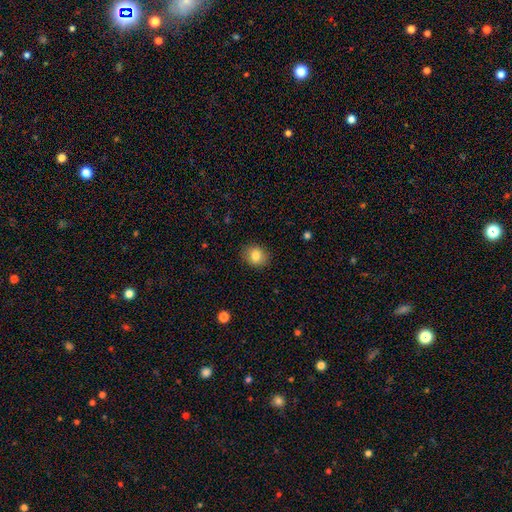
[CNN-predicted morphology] Q: Smooth or featured?
A: smooth (83%); runner-up: star or artifact (9%)
Q: How rounded?
A: round (68%); runner-up: in between (31%)
Q: Merging?
A: none (87%); runner-up: minor disturbance (9%)